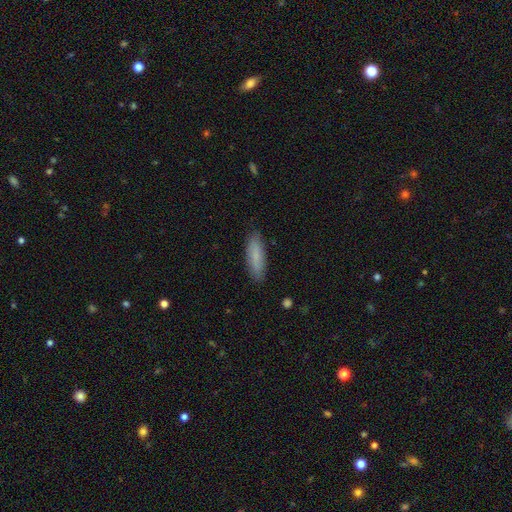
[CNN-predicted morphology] A smooth galaxy with no disk features (81%) that is cigar-shaped (53%).

Vote fractions:
- Smooth or featured? smooth: 81% / featured or disk: 12% / star or artifact: 6%
- How rounded? cigar-shaped: 53% / in between: 45% / round: 1%
- Merging? none: 86% / minor disturbance: 11% / major disturbance: 2% / merger: 1%